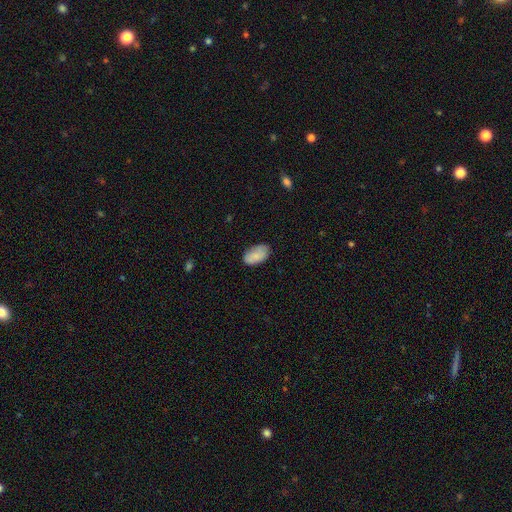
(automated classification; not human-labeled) Smooth or featured? Predicted: smooth (p=0.83). How rounded? Predicted: in between (p=0.94). Merging? Predicted: none (p=0.78).